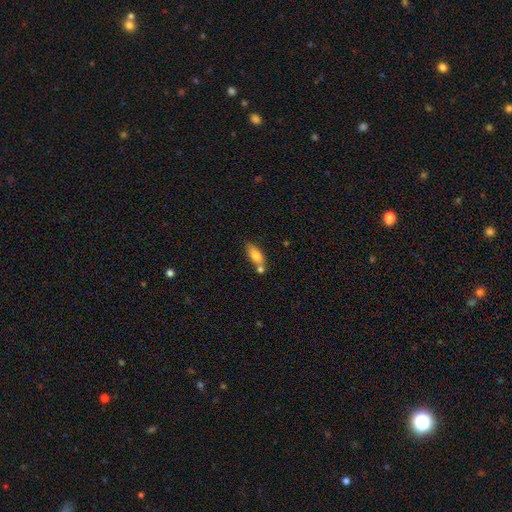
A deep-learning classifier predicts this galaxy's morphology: Smooth or featured: smooth — 74% (featured or disk — 18%)
How rounded: in between — 76% (cigar-shaped — 20%)
Merging: none — 55% (merger — 25%)